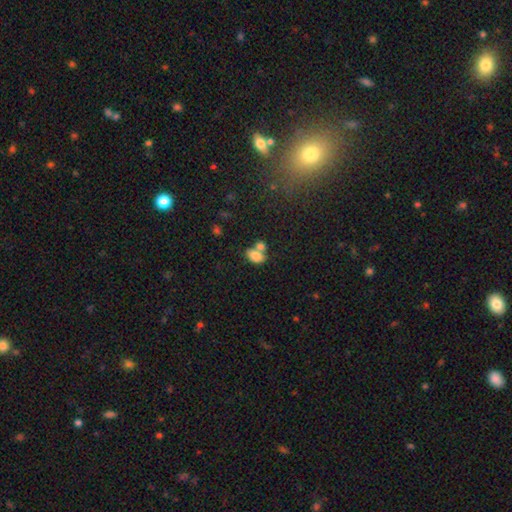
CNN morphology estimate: type=smooth (80%); roundness=in between (86%); merging=merger (48%).